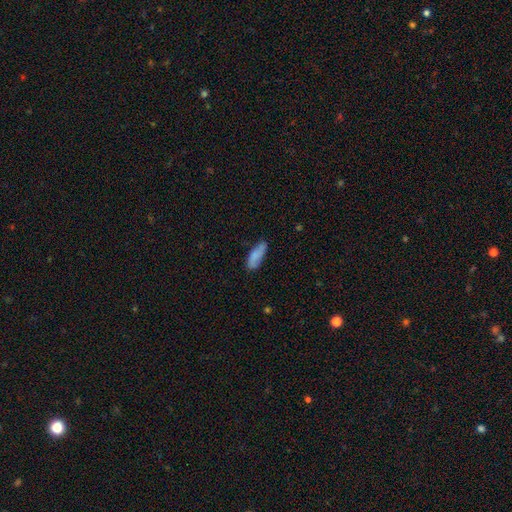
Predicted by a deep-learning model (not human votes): smooth-or-featured: smooth: 79% | featured or disk: 14% | star or artifact: 7%
  how-rounded: in between: 68% | cigar-shaped: 30% | round: 2%
  merging: none: 68% | minor disturbance: 24% | major disturbance: 5% | merger: 2%